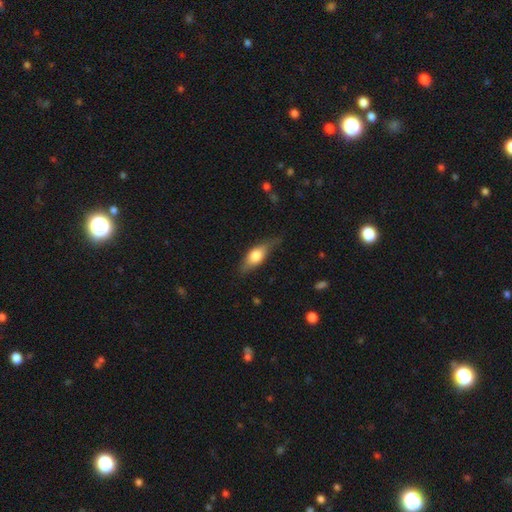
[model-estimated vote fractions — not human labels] Q: Smooth or featured?
A: smooth (61%); runner-up: featured or disk (32%)
Q: How rounded?
A: in between (70%); runner-up: cigar-shaped (25%)
Q: Merging?
A: none (65%); runner-up: minor disturbance (26%)